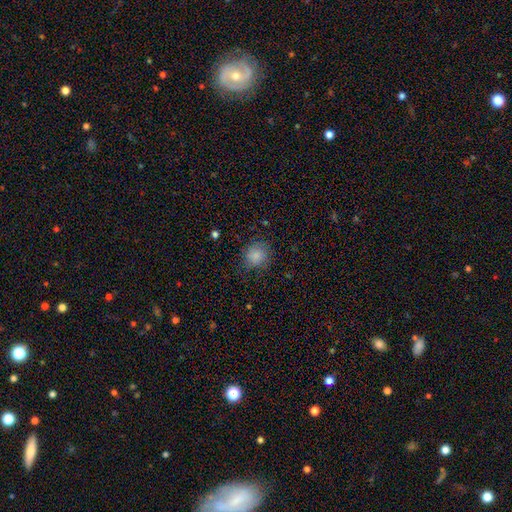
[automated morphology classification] Smooth or featured? smooth (85%)
How rounded? round (84%)
Merging? none (78%)